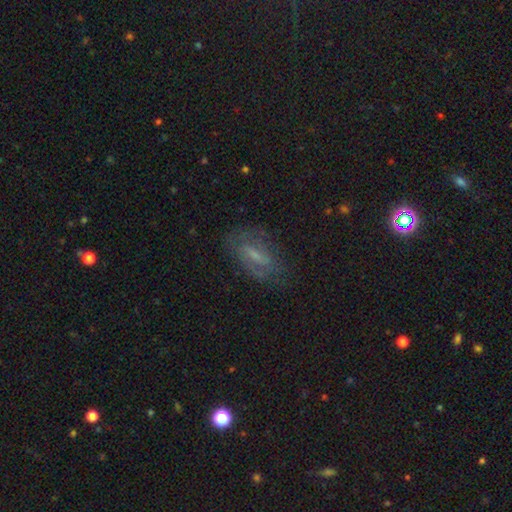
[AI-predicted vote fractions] A featured or disk galaxy (55%). Merging: none (72%).